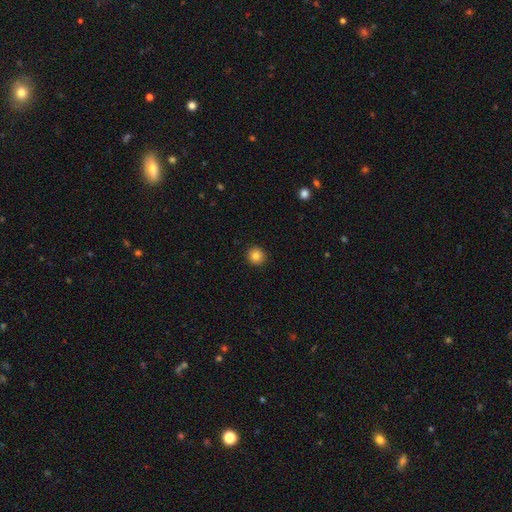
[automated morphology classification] Smooth or featured? Predicted: smooth (p=0.84). How rounded? Predicted: round (p=0.94). Merging? Predicted: none (p=0.93).